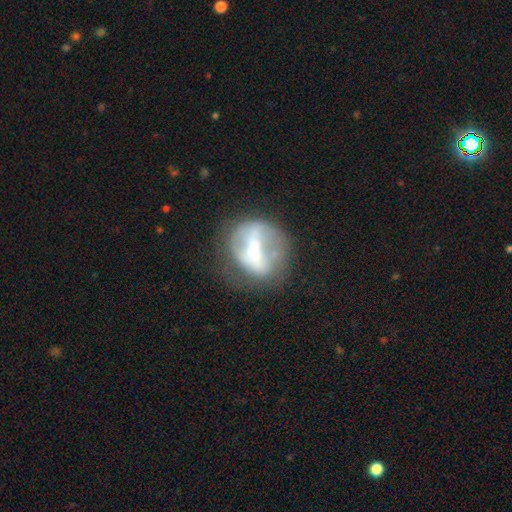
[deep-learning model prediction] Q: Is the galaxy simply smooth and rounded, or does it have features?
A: featured or disk — 60%.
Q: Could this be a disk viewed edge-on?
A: no — 92%.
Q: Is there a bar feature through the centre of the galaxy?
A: strong — 43%.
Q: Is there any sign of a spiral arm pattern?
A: no — 57%.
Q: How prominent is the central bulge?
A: moderate — 44%.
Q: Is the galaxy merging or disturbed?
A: none — 51%.